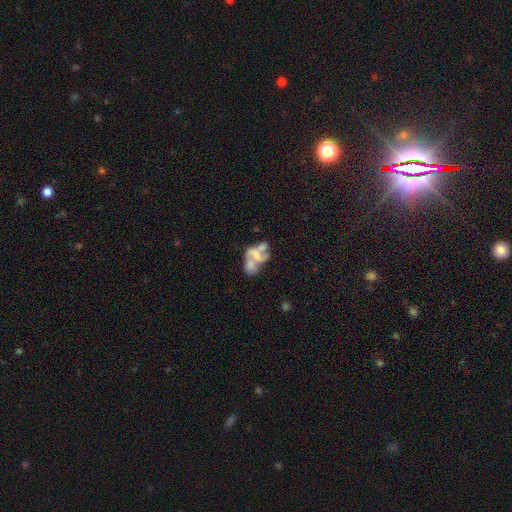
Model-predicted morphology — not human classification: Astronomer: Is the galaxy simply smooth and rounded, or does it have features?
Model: featured or disk — 56% (runner-up: smooth, 33%).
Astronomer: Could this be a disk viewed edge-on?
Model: no — 97%.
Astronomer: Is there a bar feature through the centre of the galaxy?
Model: no — 75%.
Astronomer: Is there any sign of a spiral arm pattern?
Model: no — 69%.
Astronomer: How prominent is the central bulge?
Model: none — 48%.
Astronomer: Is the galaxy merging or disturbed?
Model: merger — 49%.